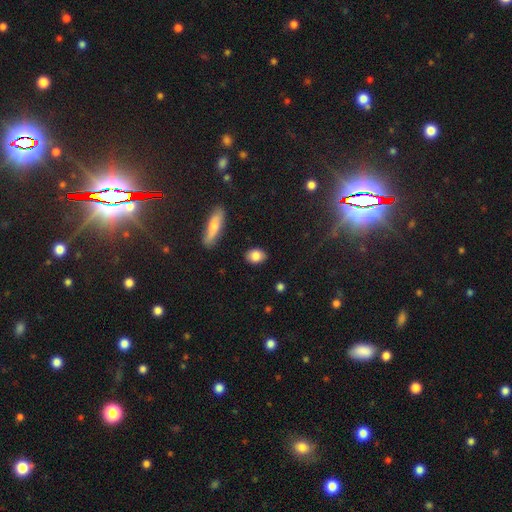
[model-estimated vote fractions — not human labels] Q: Smooth or featured?
A: smooth (85%); runner-up: featured or disk (8%)
Q: How rounded?
A: in between (75%); runner-up: round (22%)
Q: Merging?
A: none (86%); runner-up: minor disturbance (10%)